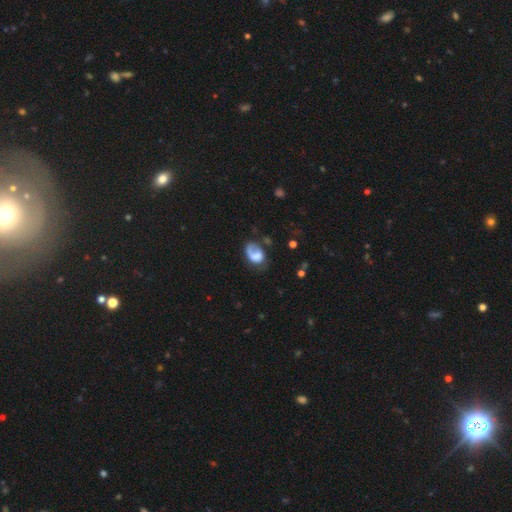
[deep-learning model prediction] Smooth or featured? Predicted: smooth (p=0.54). How rounded? Predicted: in between (p=0.75). Merging? Predicted: none (p=0.35, tied with major disturbance).